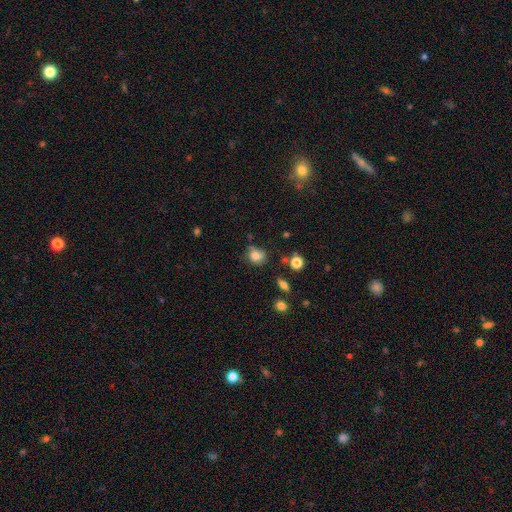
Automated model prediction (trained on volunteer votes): A smooth galaxy with no disk features (79%) that is round (64%). Merging: none (58%).